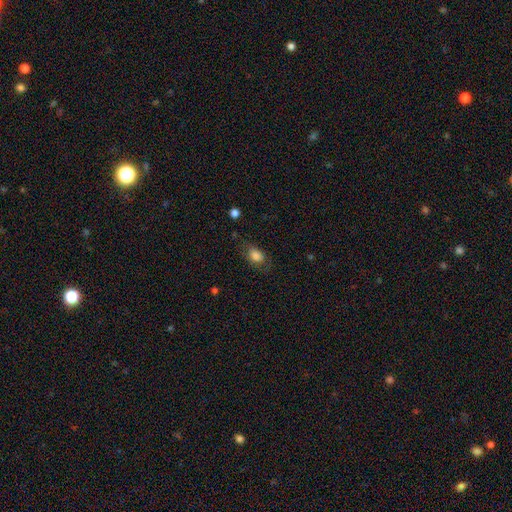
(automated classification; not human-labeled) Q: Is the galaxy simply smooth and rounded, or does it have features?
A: smooth — 78%.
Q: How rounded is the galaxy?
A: in between — 80%.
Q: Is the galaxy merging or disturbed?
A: none — 66%.